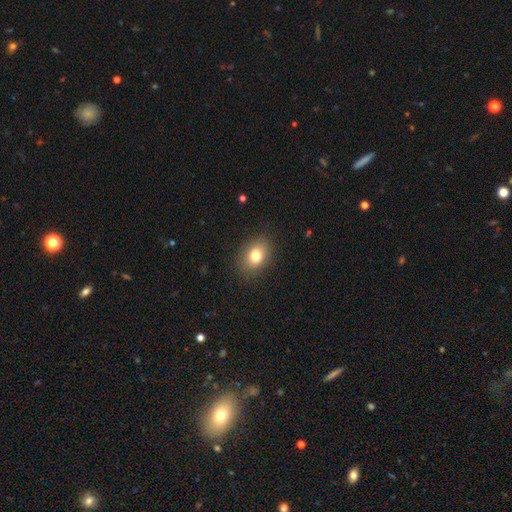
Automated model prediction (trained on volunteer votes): The model was most divided on "how rounded": in between: 68%, round: 30%, cigar-shaped: 1%. More confident: merging — none (87%); smooth or featured — smooth (80%).